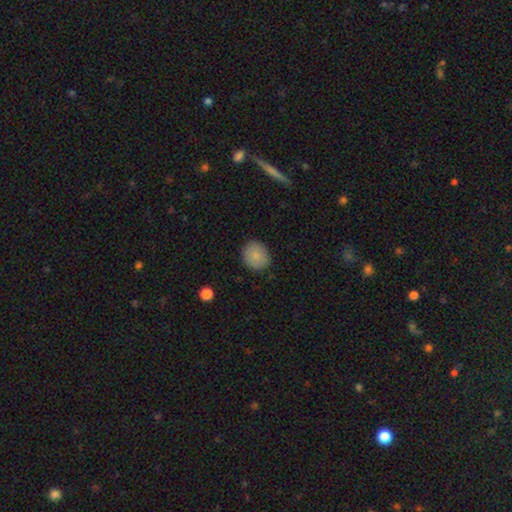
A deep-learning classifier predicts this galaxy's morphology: A smooth galaxy with no disk features (86%) that is round (79%).

Vote fractions:
- Smooth or featured? smooth: 86% / star or artifact: 8% / featured or disk: 6%
- How rounded? round: 79% / in between: 20% / cigar-shaped: 1%
- Merging? none: 87% / minor disturbance: 10% / major disturbance: 2% / merger: 1%